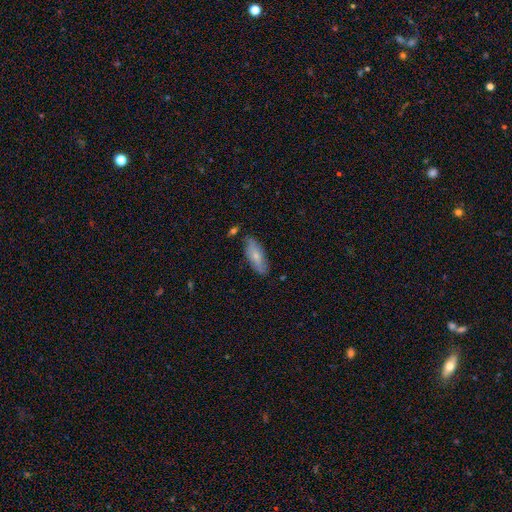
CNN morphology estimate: This is likely a smooth galaxy (66%). How rounded: likely in between (73%). Merging: likely none (77%).